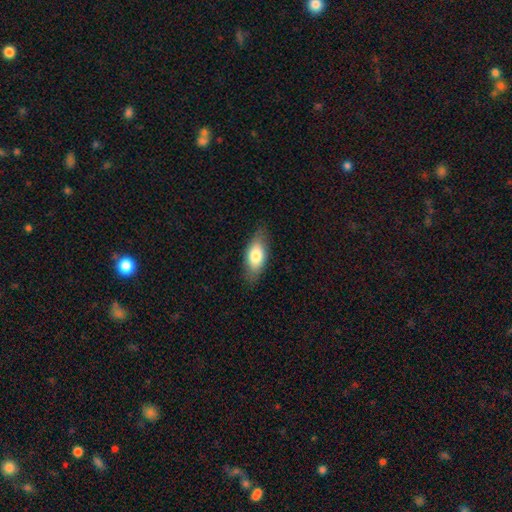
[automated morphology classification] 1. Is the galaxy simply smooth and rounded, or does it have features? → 75% smooth, 18% featured or disk, 6% star or artifact.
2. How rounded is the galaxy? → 85% in between, 12% cigar-shaped, 3% round.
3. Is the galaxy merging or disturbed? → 80% none, 16% minor disturbance, 3% major disturbance, 1% merger.